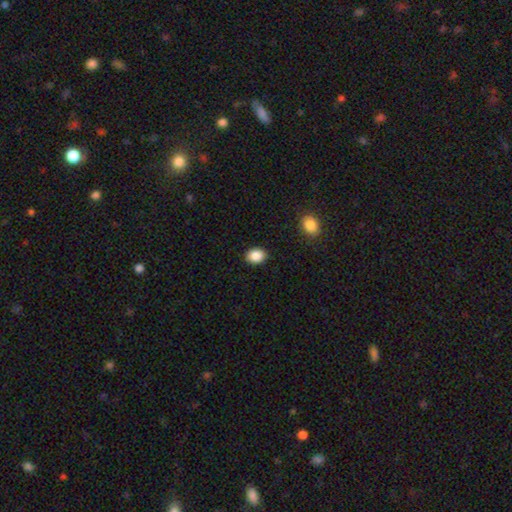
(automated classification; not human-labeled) Smooth or featured?
  - smooth: 88% *
  - star or artifact: 8%
  - featured or disk: 4%
How rounded?
  - in between: 61% *
  - round: 38%
  - cigar-shaped: 1%
Merging?
  - none: 89% *
  - minor disturbance: 7%
  - major disturbance: 2%
  - merger: 1%